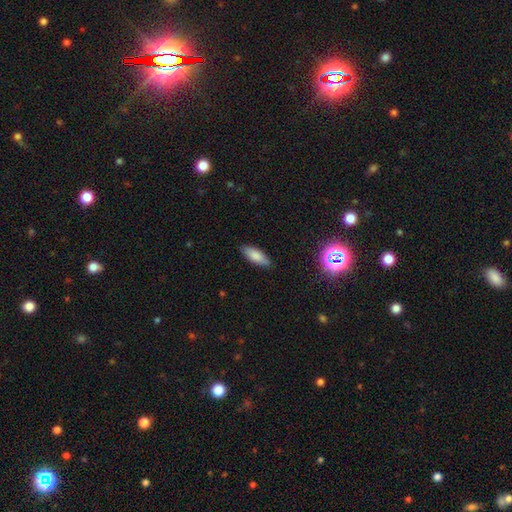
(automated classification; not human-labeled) Morphology: type=smooth (81%); roundness=in between (70%); merging=none (85%).